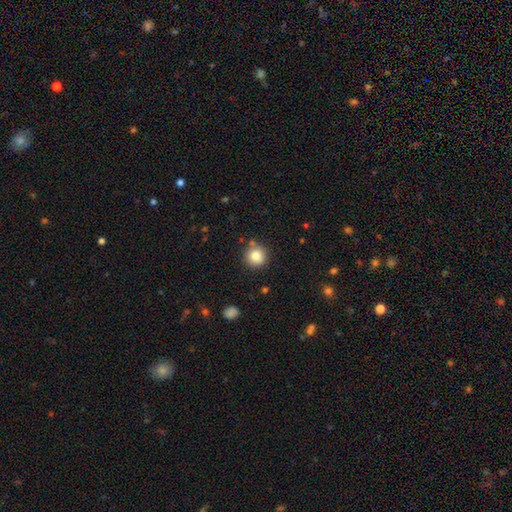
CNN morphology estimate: Smooth or featured?
  - smooth: 80% *
  - star or artifact: 11%
  - featured or disk: 9%
How rounded?
  - round: 94% *
  - in between: 5%
  - cigar-shaped: 1%
Merging?
  - none: 84% *
  - minor disturbance: 9%
  - merger: 5%
  - major disturbance: 3%